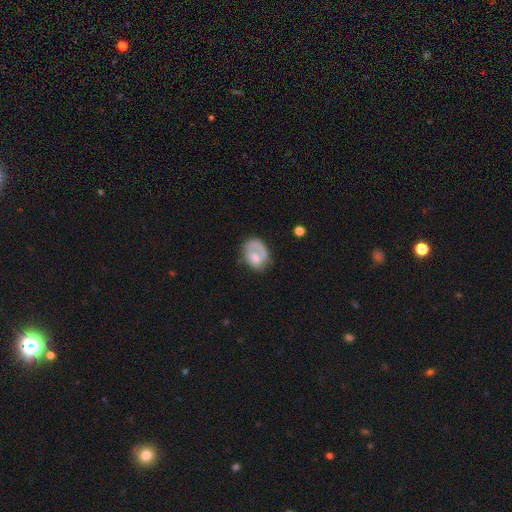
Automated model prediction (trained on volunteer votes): Morphology: type=featured or disk (51%); edge-on=no (97%); merging=none (46%).